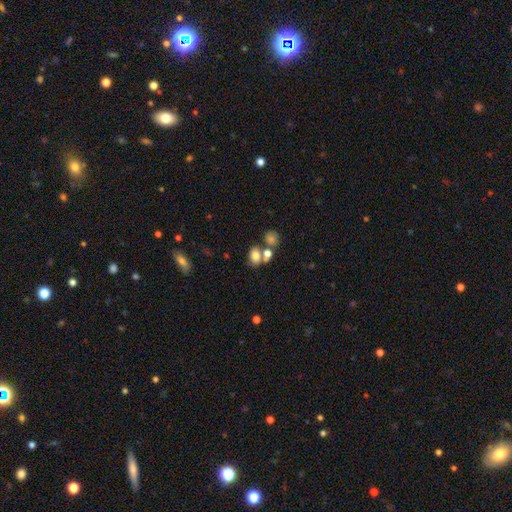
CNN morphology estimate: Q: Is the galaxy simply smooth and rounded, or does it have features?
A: smooth — 73%.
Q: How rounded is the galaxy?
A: in between — 68%.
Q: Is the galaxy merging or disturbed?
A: none — 47%.